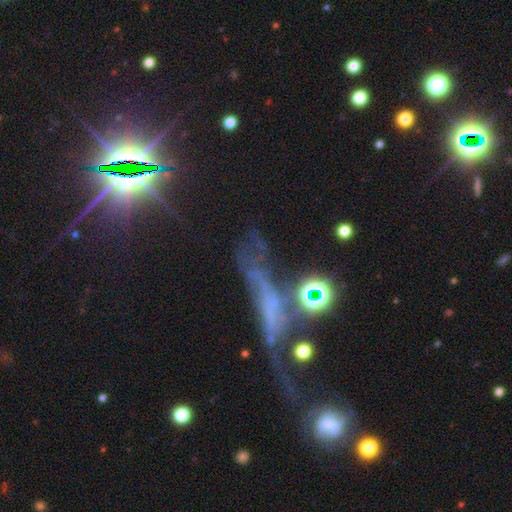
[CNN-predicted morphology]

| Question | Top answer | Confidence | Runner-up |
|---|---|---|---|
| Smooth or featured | star or artifact | 41% | featured or disk (39%) |